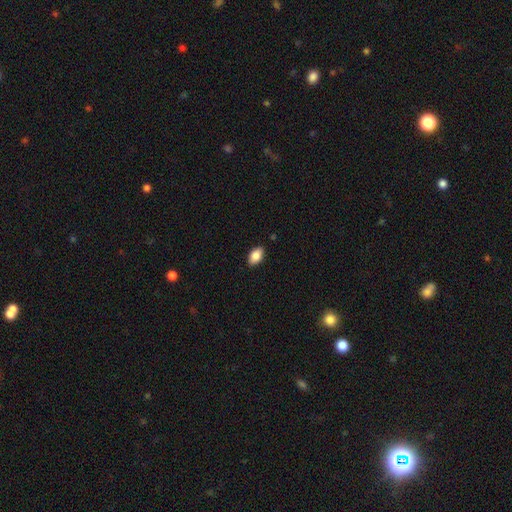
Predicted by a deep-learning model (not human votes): Q: Smooth or featured?
A: smooth (86%); runner-up: star or artifact (7%)
Q: How rounded?
A: in between (92%); runner-up: round (7%)
Q: Merging?
A: none (88%); runner-up: minor disturbance (9%)